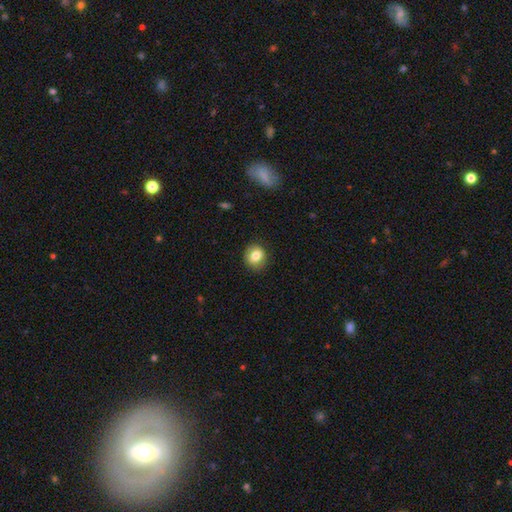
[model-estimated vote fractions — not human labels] Smooth or featured? Predicted: smooth (p=0.81). How rounded? Predicted: round (p=0.77). Merging? Predicted: none (p=0.87).